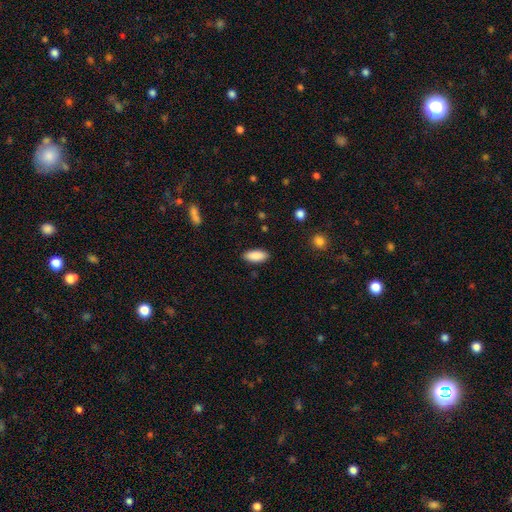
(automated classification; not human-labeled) smooth_or_featured: smooth (p=0.89) [alt: star or artifact p=0.06]
how_rounded: in between (p=0.85) [alt: cigar-shaped p=0.13]
merging: none (p=0.88) [alt: minor disturbance p=0.09]